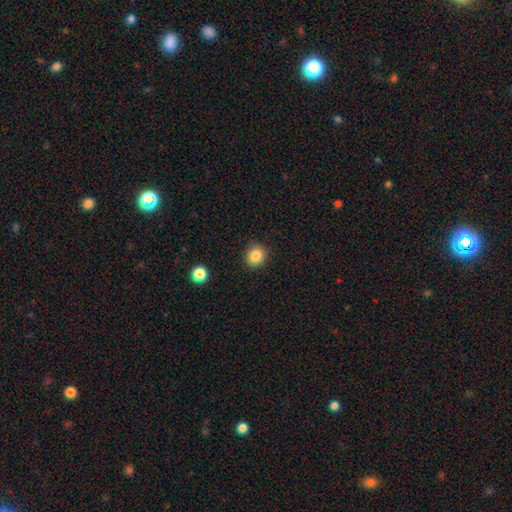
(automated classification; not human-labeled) Smooth or featured? Predicted: smooth (p=0.85). How rounded? Predicted: round (p=0.81). Merging? Predicted: none (p=0.87).